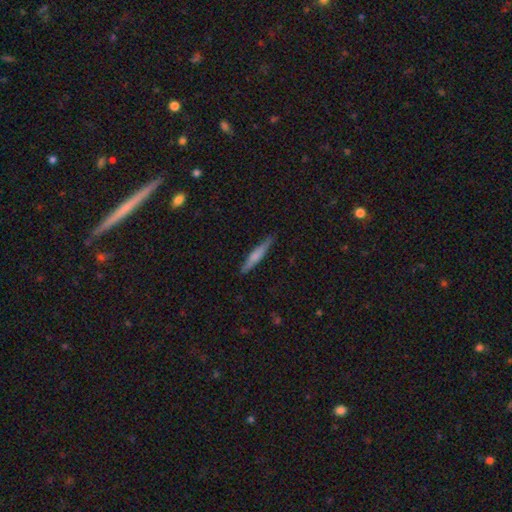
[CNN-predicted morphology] Smooth or featured?
  - smooth: 62% *
  - featured or disk: 33%
  - star or artifact: 6%
How rounded?
  - cigar-shaped: 93% *
  - in between: 6%
  - round: 2%
Merging?
  - none: 87% *
  - minor disturbance: 10%
  - major disturbance: 2%
  - merger: 1%